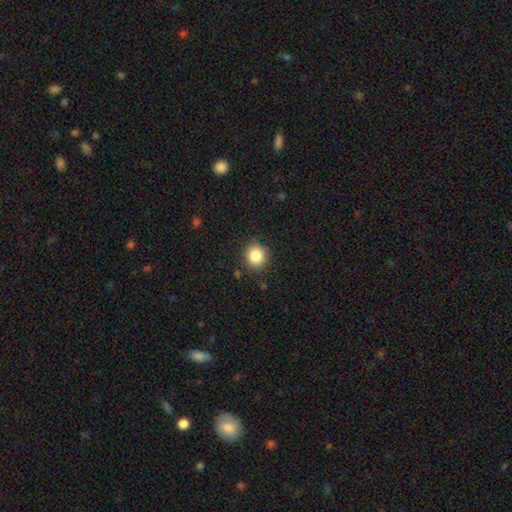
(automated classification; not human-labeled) smooth_or_featured: smooth (p=0.84) [alt: star or artifact p=0.10]
how_rounded: round (p=0.86) [alt: in between p=0.13]
merging: none (p=0.88) [alt: minor disturbance p=0.08]